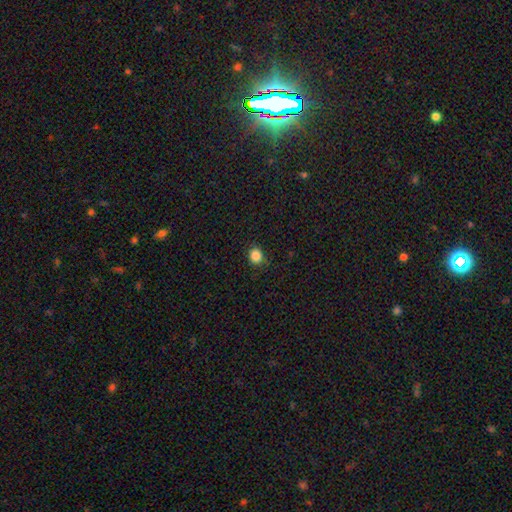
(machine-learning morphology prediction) This appears to be a smooth galaxy with no disk features (85%) that is round (80%). Merging: none (85%).